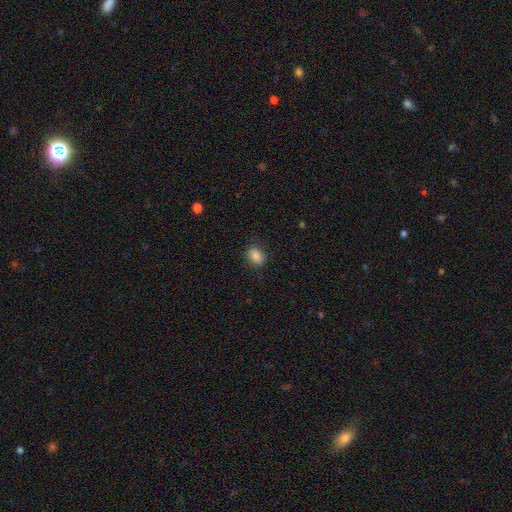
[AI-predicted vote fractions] This is clearly a smooth galaxy (85%). How rounded: possibly in between (56%). Merging: clearly none (83%).